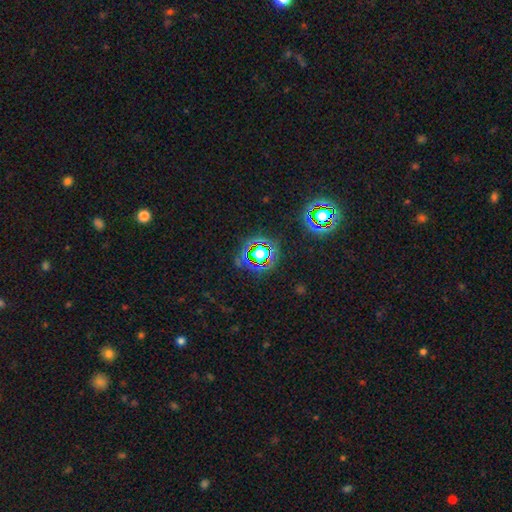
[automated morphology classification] Smooth or featured: star or artifact — 66% (smooth — 22%)